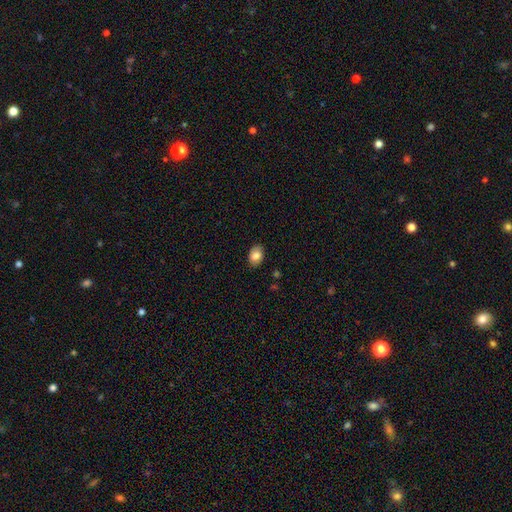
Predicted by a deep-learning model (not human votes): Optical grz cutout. It shows a smooth galaxy with no disk features (80%) that is in between round and cigar-shaped (84%). Merging: none (87%).